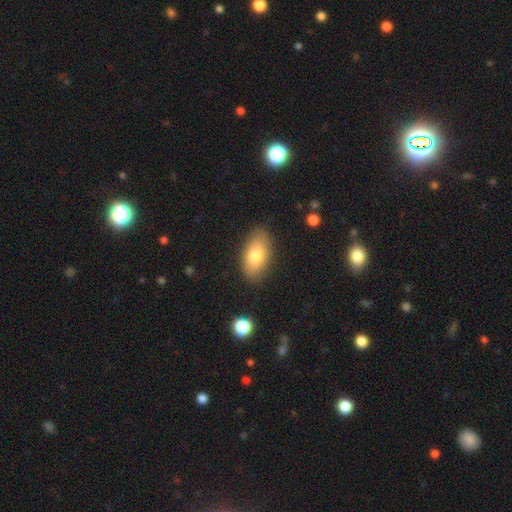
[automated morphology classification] Smooth or featured? Predicted: smooth (p=0.77). How rounded? Predicted: in between (p=0.91). Merging? Predicted: none (p=0.85).